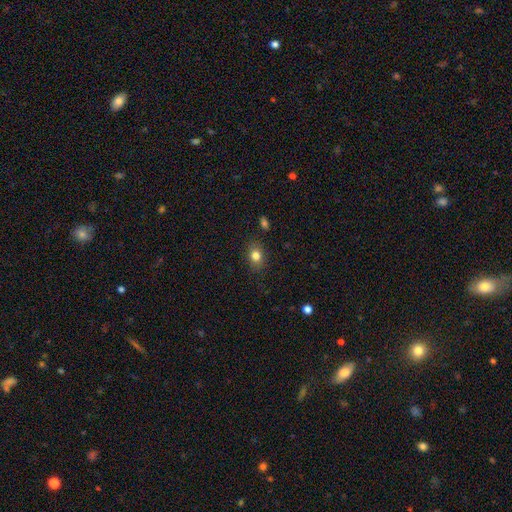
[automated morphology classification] smooth 80%, star or artifact 11%, featured or disk 9%. Down the decision tree: how rounded — in between (60%); merging — none (85%).